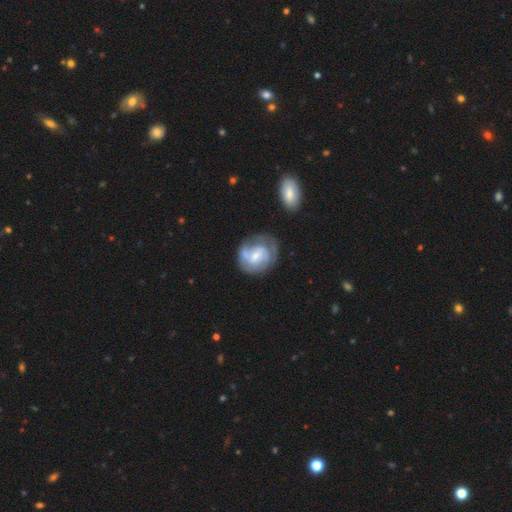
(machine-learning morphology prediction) Overall: featured or disk (75%). Edge-on disk: no (98%). Bar: weak (47%; no 42%). Spiral arms: yes (89%). Spiral arm count: 2 (45%; can't tell 28%). Spiral winding: tight (48%; medium 39%). Bulge size: small (56%; moderate 34%). Merging: none (59%; minor disturbance 21%).